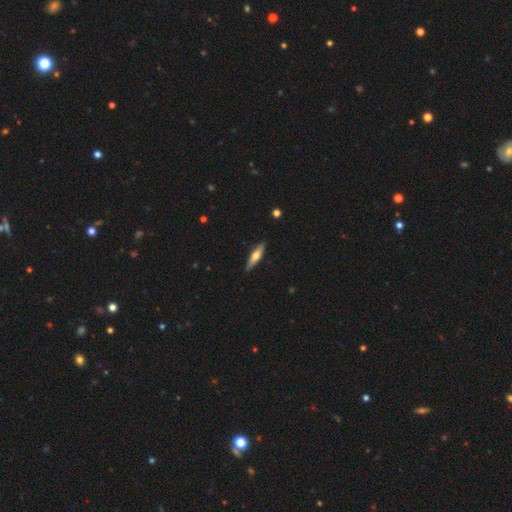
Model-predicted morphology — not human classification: This is possibly a smooth galaxy (48%). Merging: clearly none (89%).